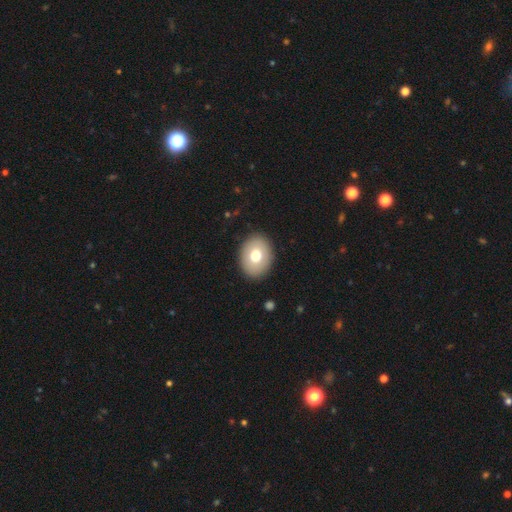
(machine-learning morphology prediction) Overall: smooth (73%). How rounded: in between (65%; round 34%). Merging: none (90%).